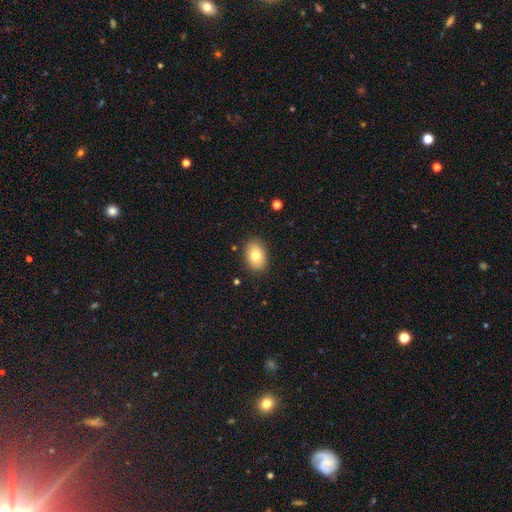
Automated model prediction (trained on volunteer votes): Smooth or featured? smooth (78%)
How rounded? in between (80%)
Merging? none (87%)